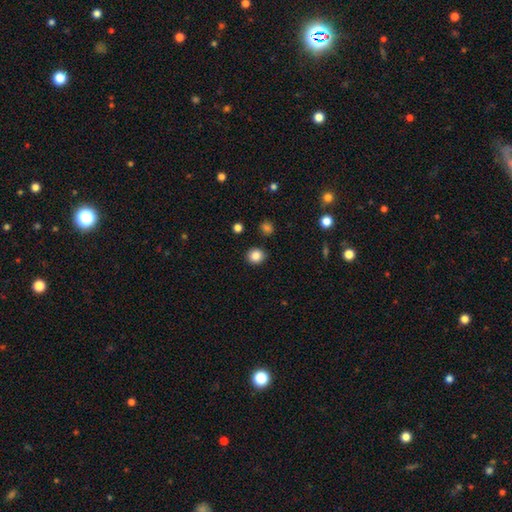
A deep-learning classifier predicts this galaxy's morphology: A smooth galaxy with no disk features (85%) that is round (86%).

Vote fractions:
- Smooth or featured? smooth: 85% / star or artifact: 10% / featured or disk: 4%
- How rounded? round: 86% / in between: 13% / cigar-shaped: 1%
- Merging? none: 90% / minor disturbance: 6% / major disturbance: 2% / merger: 2%